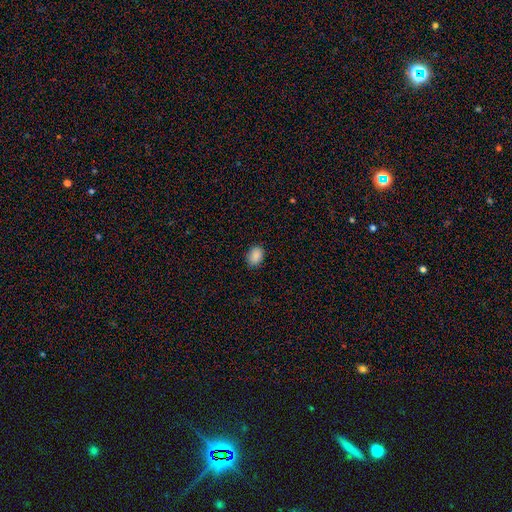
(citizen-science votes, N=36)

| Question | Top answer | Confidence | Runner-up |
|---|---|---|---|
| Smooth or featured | smooth | 92% | star or artifact (6%) |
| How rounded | in between | 91% | round (9%) |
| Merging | none | 74% | minor disturbance (24%) |